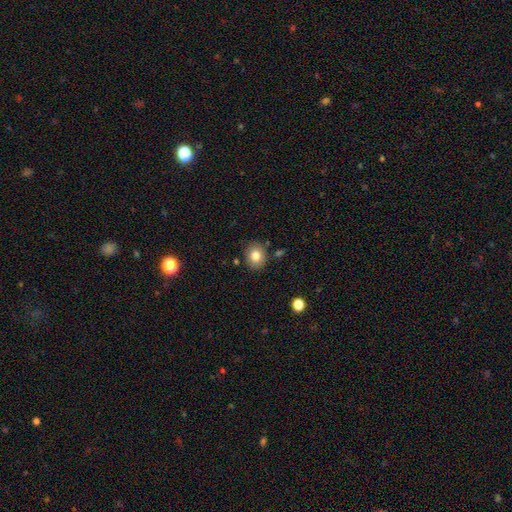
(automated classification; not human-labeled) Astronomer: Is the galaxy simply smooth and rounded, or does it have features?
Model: smooth — 81%.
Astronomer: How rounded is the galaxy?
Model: round — 62% (runner-up: in between, 37%).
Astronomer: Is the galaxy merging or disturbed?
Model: none — 83%.